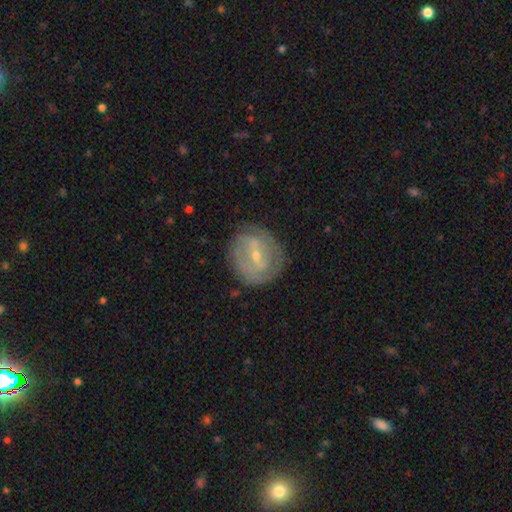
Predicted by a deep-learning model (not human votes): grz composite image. It shows a featured or disk galaxy (75%) with a weak bar (48%), 2 (44%) tight (60%) spiral arms (75%) and a small central bulge (61%). Merging: none (77%).